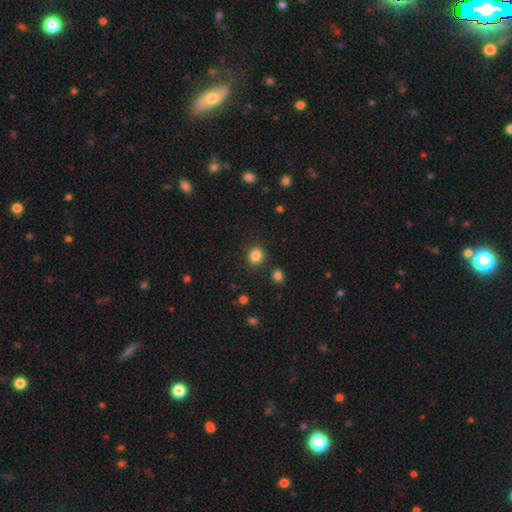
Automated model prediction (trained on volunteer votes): smooth-or-featured: smooth: 85% | star or artifact: 11% | featured or disk: 4%
  how-rounded: round: 81% | in between: 18% | cigar-shaped: 1%
  merging: none: 88% | minor disturbance: 7% | merger: 3% | major disturbance: 3%